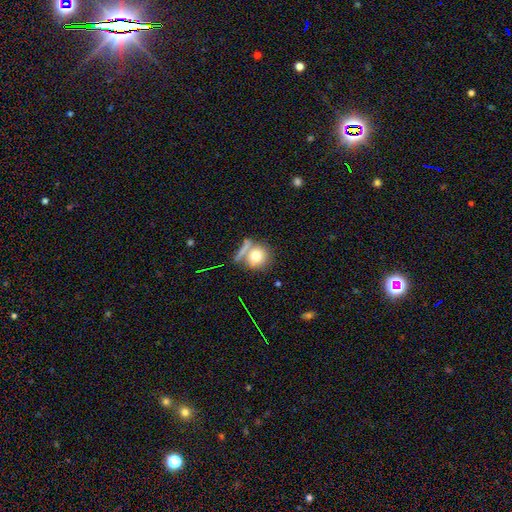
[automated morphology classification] Smooth or featured?
  - smooth: 73% *
  - featured or disk: 17%
  - star or artifact: 10%
How rounded?
  - round: 85% *
  - in between: 13%
  - cigar-shaped: 2%
Merging?
  - none: 58% *
  - merger: 23%
  - minor disturbance: 12%
  - major disturbance: 7%